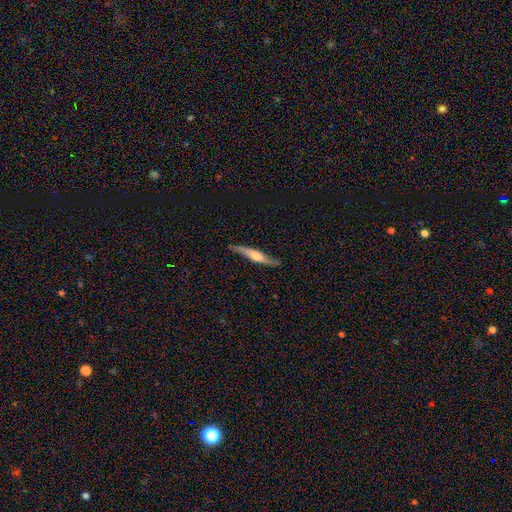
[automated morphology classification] Smooth or featured?
  - featured or disk: 67% *
  - smooth: 27%
  - star or artifact: 5%
Edge-on disk?
  - yes: 81% *
  - no: 19%
Edge-on bulge?
  - rounded: 75% *
  - boxy: 14%
  - none: 12%
Merging?
  - none: 78% *
  - minor disturbance: 17%
  - major disturbance: 4%
  - merger: 2%